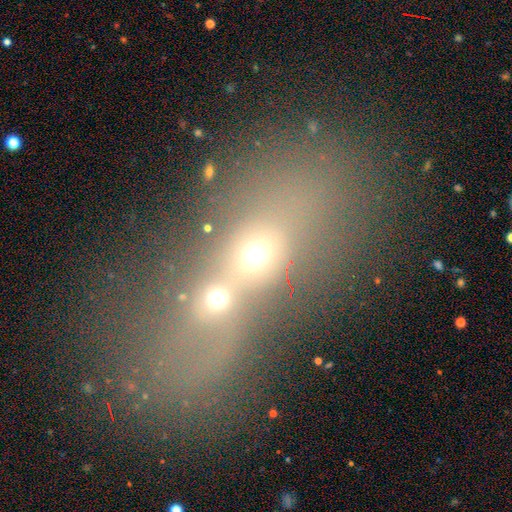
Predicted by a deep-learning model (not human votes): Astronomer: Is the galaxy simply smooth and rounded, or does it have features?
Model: smooth — 43% (runner-up: featured or disk, 31%).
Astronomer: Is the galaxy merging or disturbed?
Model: merger — 79%.